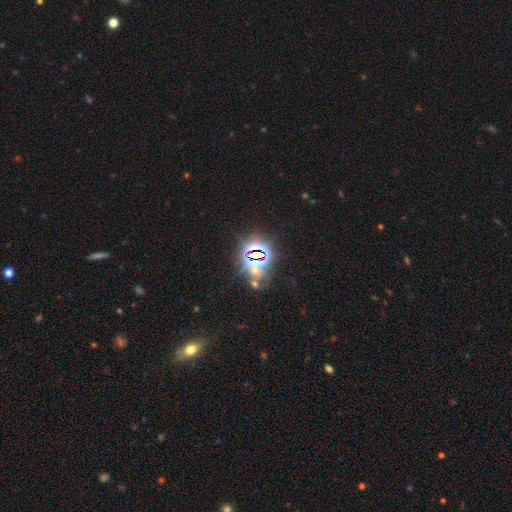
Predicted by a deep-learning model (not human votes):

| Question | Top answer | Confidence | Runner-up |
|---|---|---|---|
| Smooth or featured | star or artifact | 74% | smooth (15%) |